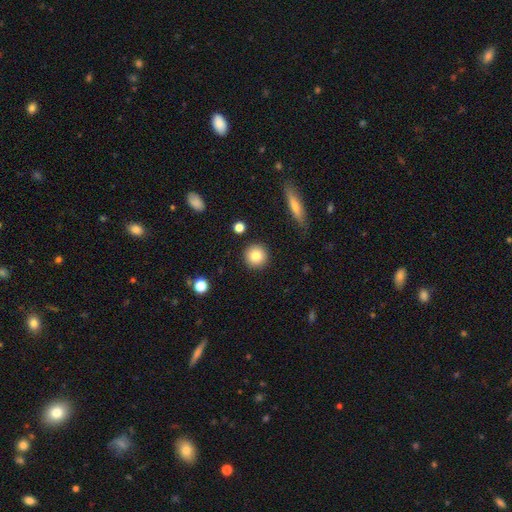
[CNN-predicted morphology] Smooth or featured? Predicted: smooth (p=0.84). How rounded? Predicted: round (p=0.94). Merging? Predicted: none (p=0.90).